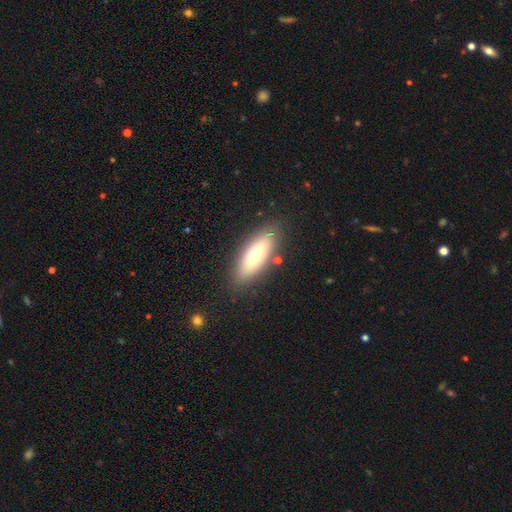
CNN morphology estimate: This appears to be a smooth galaxy with no disk features (67%) that is in between round and cigar-shaped (67%). Merging: none (83%).